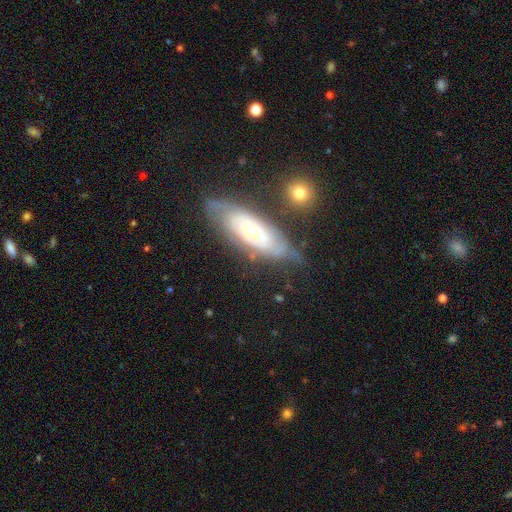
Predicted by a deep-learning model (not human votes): Overall: featured or disk (71%). Edge-on disk: no (79%). Bar: no (77%). Spiral arms: yes (73%). Bulge size: moderate (50%; small 44%). Merging: none (71%).